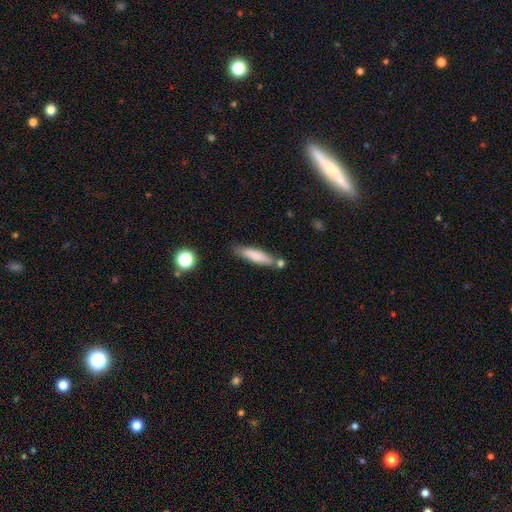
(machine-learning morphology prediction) smooth 77%, featured or disk 17%, star or artifact 6%. Down the decision tree: how rounded — cigar-shaped (81%); merging — none (69%).